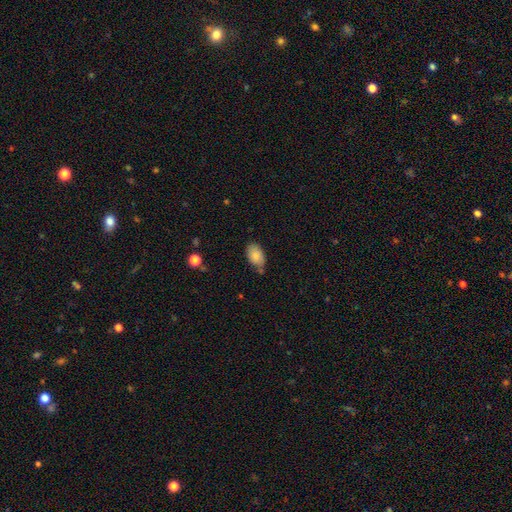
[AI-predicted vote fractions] Smooth or featured: smooth — 83% (featured or disk — 10%)
How rounded: in between — 91% (round — 7%)
Merging: none — 66% (minor disturbance — 23%)